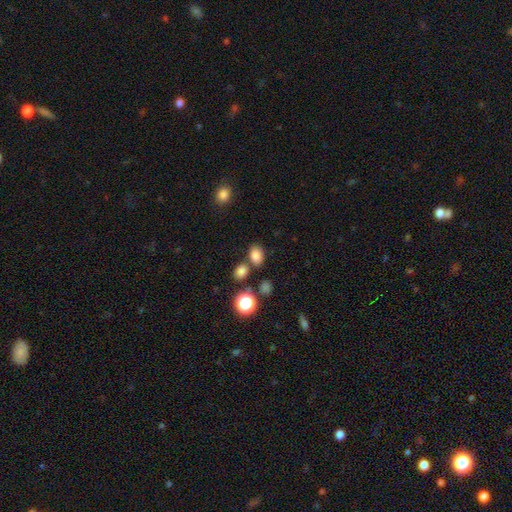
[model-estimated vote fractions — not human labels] This appears to be a smooth galaxy with no disk features (80%) that is in between round and cigar-shaped (69%). Merging: none (67%).